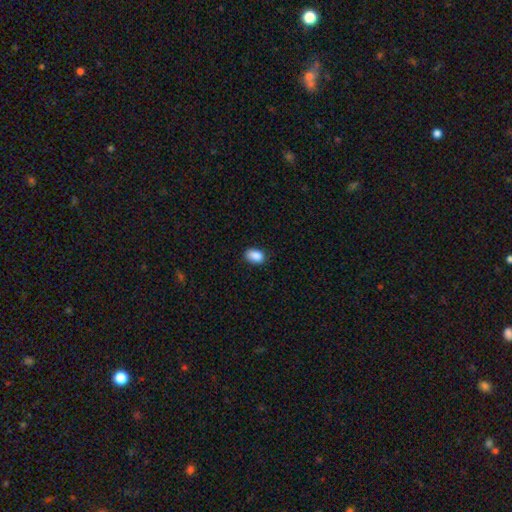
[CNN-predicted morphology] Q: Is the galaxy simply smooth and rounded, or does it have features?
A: smooth — 88%.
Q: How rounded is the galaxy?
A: in between — 85%.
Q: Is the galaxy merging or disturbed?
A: none — 81%.